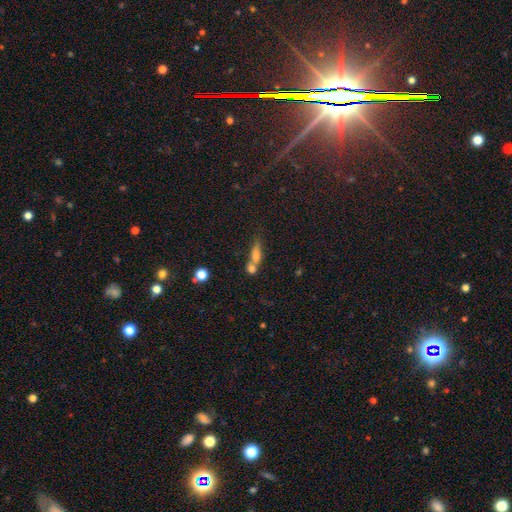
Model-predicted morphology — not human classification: This is possibly a smooth galaxy (59%). How rounded: possibly cigar-shaped (45%). Merging: possibly merger (46%).